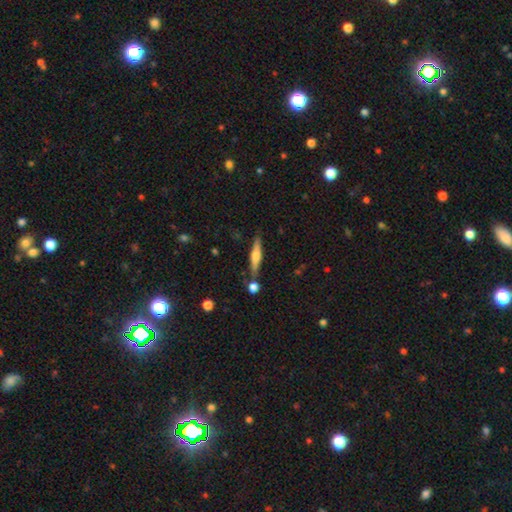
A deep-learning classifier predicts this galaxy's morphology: This is possibly a featured or disk galaxy (55%). It is clearly viewed edge-on (95%). Edge-on bulge: clearly rounded (81%). Merging: likely none (78%).